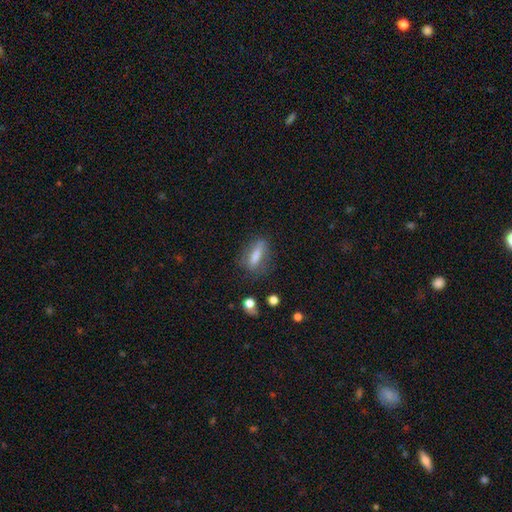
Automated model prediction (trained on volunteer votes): Q: Smooth or featured?
A: smooth (70%); runner-up: featured or disk (21%)
Q: How rounded?
A: cigar-shaped (52%); runner-up: in between (44%)
Q: Merging?
A: none (67%); runner-up: minor disturbance (20%)